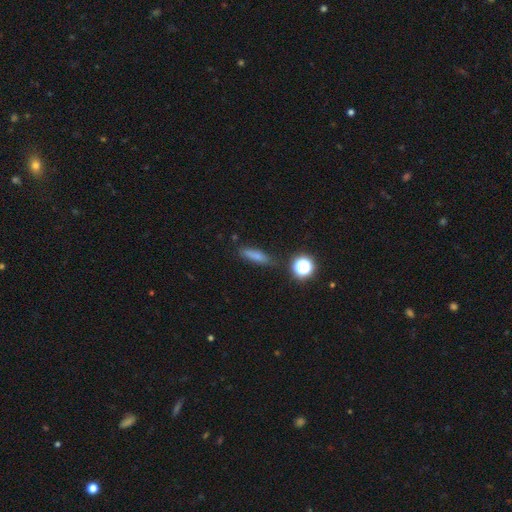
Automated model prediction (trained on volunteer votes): Q: Smooth or featured?
A: smooth (71%); runner-up: featured or disk (15%)
Q: How rounded?
A: cigar-shaped (67%); runner-up: in between (25%)
Q: Merging?
A: none (79%); runner-up: minor disturbance (14%)